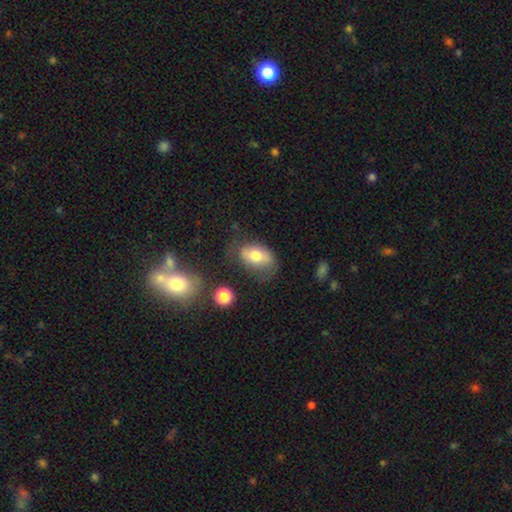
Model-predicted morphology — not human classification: A smooth galaxy with no disk features (68%) that is in between round and cigar-shaped (85%).

Vote fractions:
- Smooth or featured? smooth: 68% / featured or disk: 24% / star or artifact: 9%
- How rounded? in between: 85% / round: 14% / cigar-shaped: 2%
- Merging? none: 49% / minor disturbance: 29% / major disturbance: 17% / merger: 4%